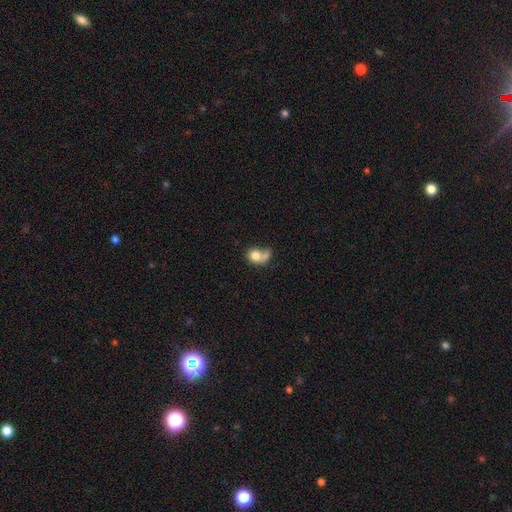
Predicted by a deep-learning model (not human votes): Smooth or featured? smooth (74%)
How rounded? round (57%)
Merging? merger (43%)